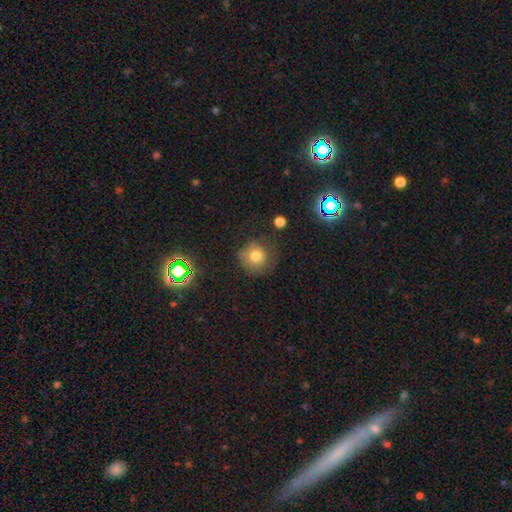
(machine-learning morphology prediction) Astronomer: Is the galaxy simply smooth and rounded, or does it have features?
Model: smooth — 75%.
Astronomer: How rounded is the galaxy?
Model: round — 91%.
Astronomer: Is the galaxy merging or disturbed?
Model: none — 68%.